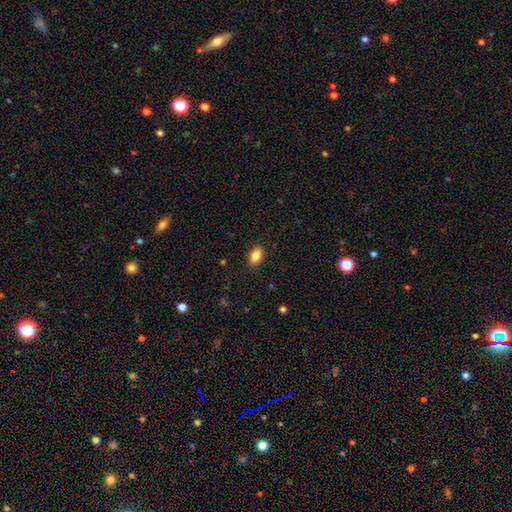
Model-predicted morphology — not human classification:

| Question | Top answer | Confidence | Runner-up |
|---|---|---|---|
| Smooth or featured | smooth | 84% | star or artifact (8%) |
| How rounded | in between | 88% | round (9%) |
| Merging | none | 88% | minor disturbance (9%) |